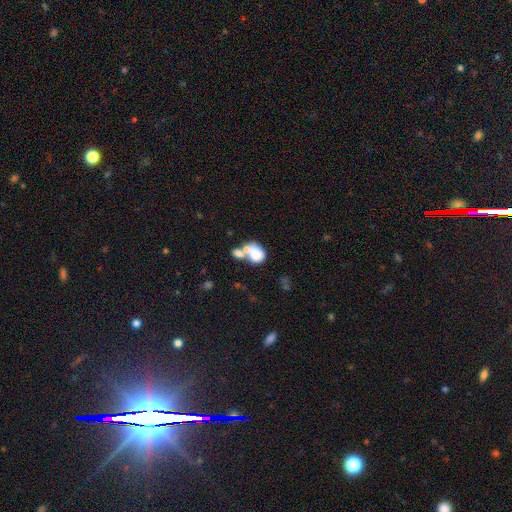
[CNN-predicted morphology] type=smooth (67%); roundness=in between (66%); merging=merger (63%).